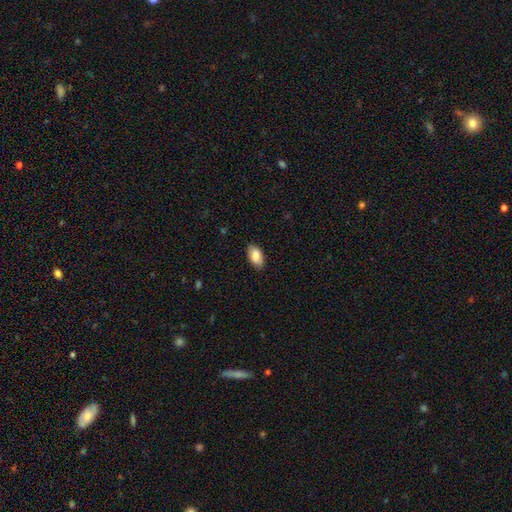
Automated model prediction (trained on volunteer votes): The model was most divided on "merging": none: 87%, minor disturbance: 10%, major disturbance: 2%, merger: 1%. More confident: how rounded — in between (94%); smooth or featured — smooth (85%).